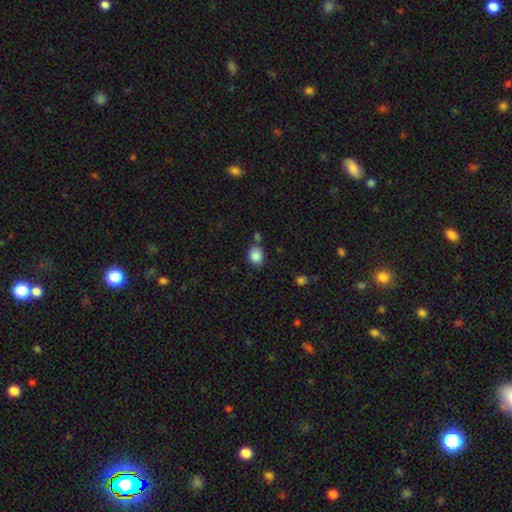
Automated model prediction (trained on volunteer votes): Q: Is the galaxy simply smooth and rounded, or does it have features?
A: smooth — 87%.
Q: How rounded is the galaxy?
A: round — 64%.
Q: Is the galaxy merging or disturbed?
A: none — 72%.